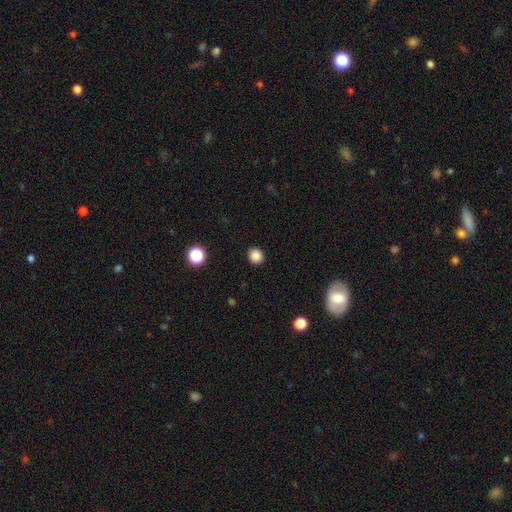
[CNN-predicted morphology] type=smooth (86%); roundness=round (86%); merging=none (92%).